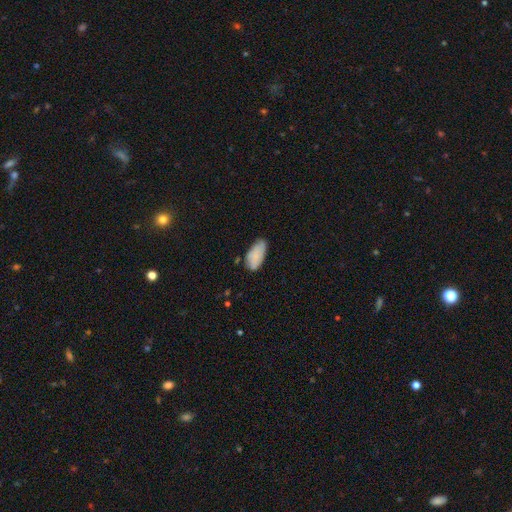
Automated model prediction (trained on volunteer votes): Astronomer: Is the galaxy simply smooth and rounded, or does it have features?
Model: smooth — 82%.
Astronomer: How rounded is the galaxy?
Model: in between — 93%.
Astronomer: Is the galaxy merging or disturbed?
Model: none — 58%.